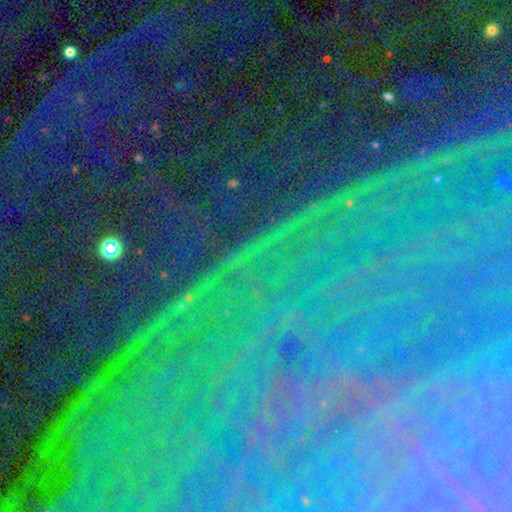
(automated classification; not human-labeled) Smooth or featured? star or artifact (84%)